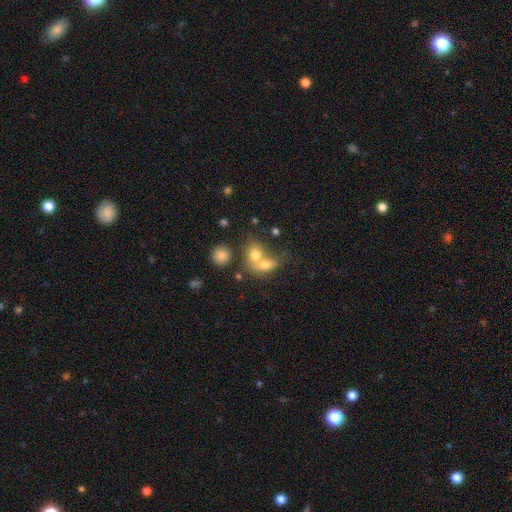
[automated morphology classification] A smooth galaxy with no disk features (72%) that is in between round and cigar-shaped (60%).

Vote fractions:
- Smooth or featured? smooth: 72% / featured or disk: 17% / star or artifact: 11%
- How rounded? in between: 60% / round: 37% / cigar-shaped: 2%
- Merging? merger: 65% / none: 23% / minor disturbance: 7% / major disturbance: 4%